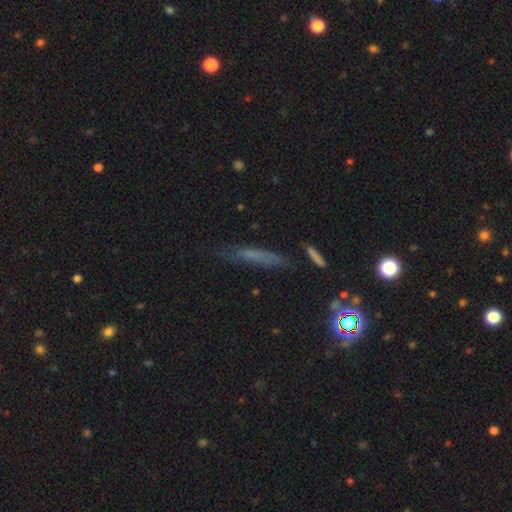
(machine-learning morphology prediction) Smooth or featured? Predicted: smooth (p=0.48). Merging? Predicted: none (p=0.68).